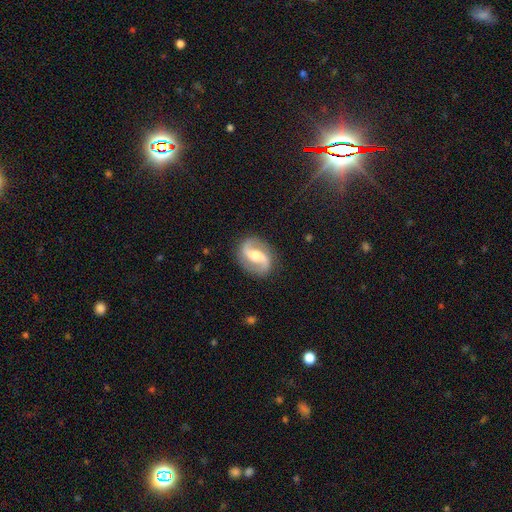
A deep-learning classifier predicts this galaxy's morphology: A featured or disk galaxy (89%) with a weak bar (41%), 2 (94%) medium (46%) spiral arms (97%) and a moderate central bulge (67%).

Vote fractions:
- Smooth or featured? featured or disk: 89% / smooth: 7% / star or artifact: 4%
- Edge-on disk? no: 98% / yes: 2%
- Bar? weak: 41% / strong: 35% / no: 25%
- Spiral arms? yes: 97% / no: 3%
- Spiral winding? medium: 46% / loose: 41% / tight: 13%
- Spiral arm count? 2: 94% / can't tell: 2% / 1: 1% / 3: 1% / 4: 1% / more than 4: 1%
- Bulge size? moderate: 67% / small: 17% / large: 13% / none: 2% / dominant: 2%
- Merging? none: 87% / minor disturbance: 9% / major disturbance: 3% / merger: 1%